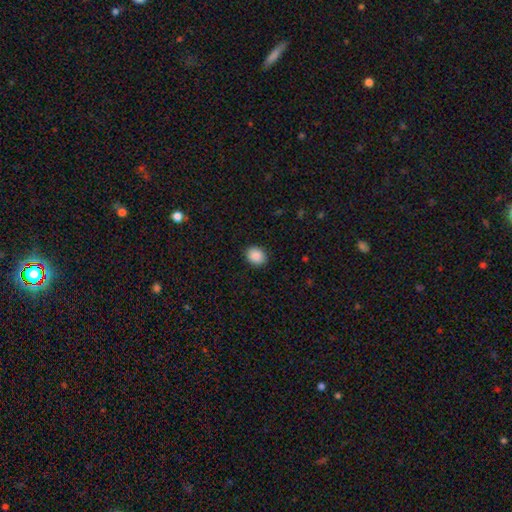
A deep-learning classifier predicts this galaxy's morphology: Smooth or featured: smooth — 89% (star or artifact — 8%)
How rounded: round — 54% (in between — 45%)
Merging: none — 91% (minor disturbance — 7%)